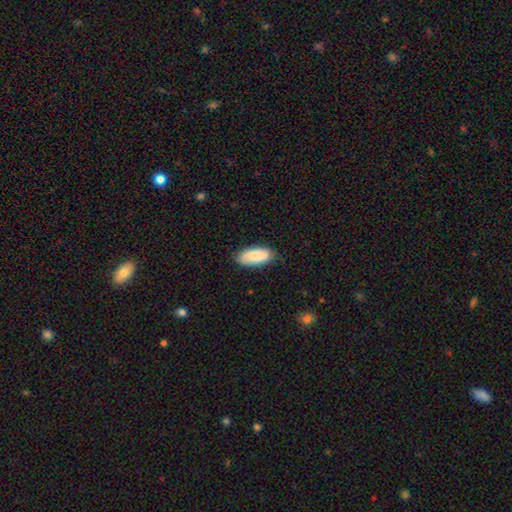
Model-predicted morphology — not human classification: Smooth or featured? smooth (79%)
How rounded? in between (88%)
Merging? none (77%)